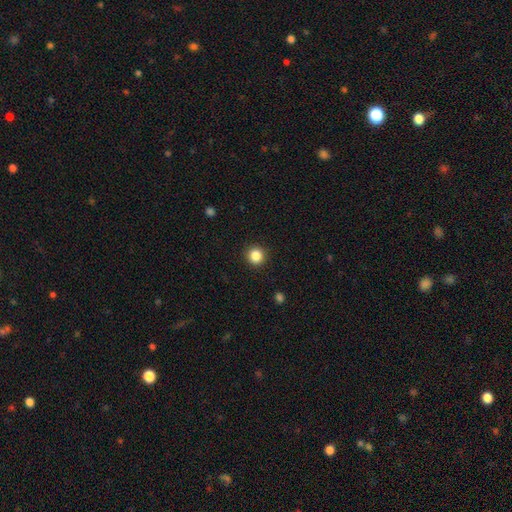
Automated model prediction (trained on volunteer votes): The model was most divided on "smooth or featured": smooth: 86%, star or artifact: 11%, featured or disk: 4%. More confident: how rounded — round (94%); merging — none (92%).